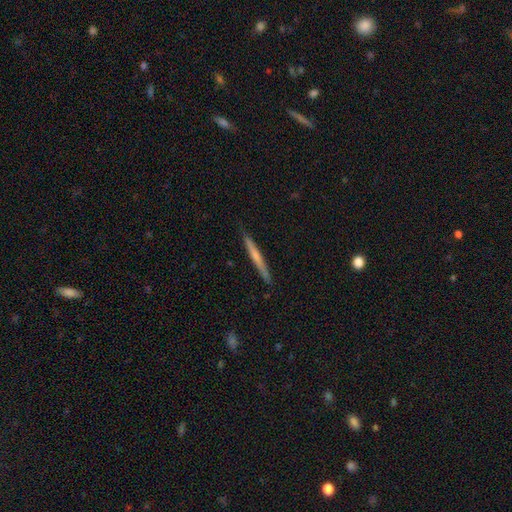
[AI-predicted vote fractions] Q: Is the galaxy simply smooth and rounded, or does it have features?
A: featured or disk — 48%.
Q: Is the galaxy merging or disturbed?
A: none — 88%.